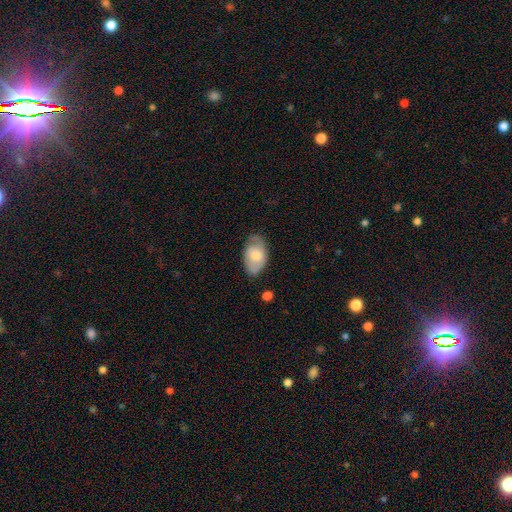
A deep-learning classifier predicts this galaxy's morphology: This appears to be a smooth galaxy with no disk features (55%) that is in between round and cigar-shaped (90%). Merging: none (63%).